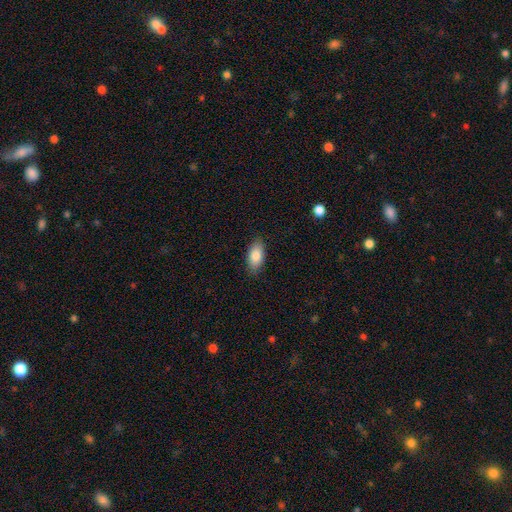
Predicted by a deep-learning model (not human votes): Smooth or featured: smooth — 85% (featured or disk — 8%)
How rounded: in between — 91% (cigar-shaped — 6%)
Merging: none — 87% (minor disturbance — 10%)